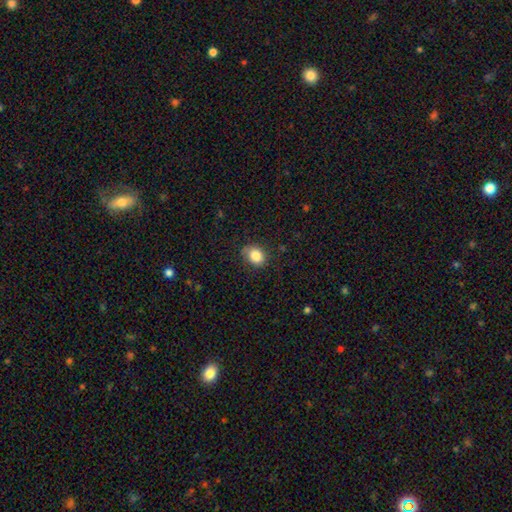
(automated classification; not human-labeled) Overall: smooth (83%). How rounded: round (50%; in between 49%). Merging: none (74%).